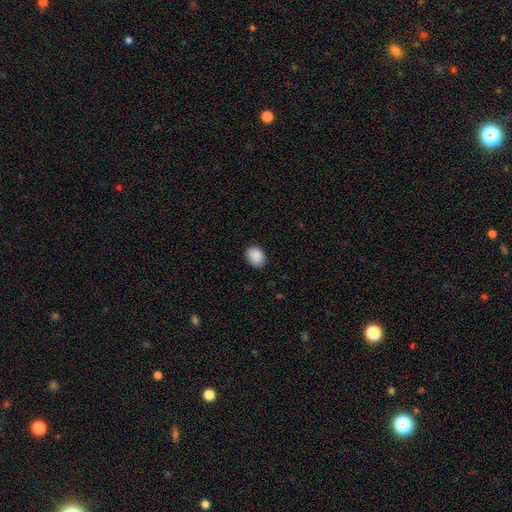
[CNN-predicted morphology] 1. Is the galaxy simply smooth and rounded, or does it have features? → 90% smooth, 8% star or artifact, 3% featured or disk.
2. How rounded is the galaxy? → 58% in between, 42% round, 1% cigar-shaped.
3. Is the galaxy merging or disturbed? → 85% none, 11% minor disturbance, 2% major disturbance, 1% merger.